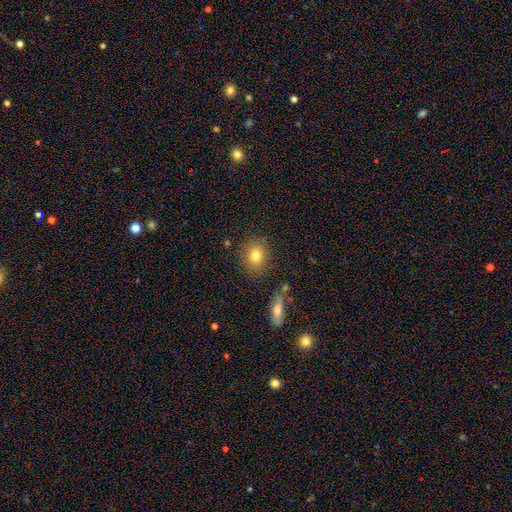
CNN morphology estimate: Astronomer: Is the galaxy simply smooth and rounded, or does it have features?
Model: smooth — 79%.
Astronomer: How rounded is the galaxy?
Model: round — 62%.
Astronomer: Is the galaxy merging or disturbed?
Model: none — 83%.